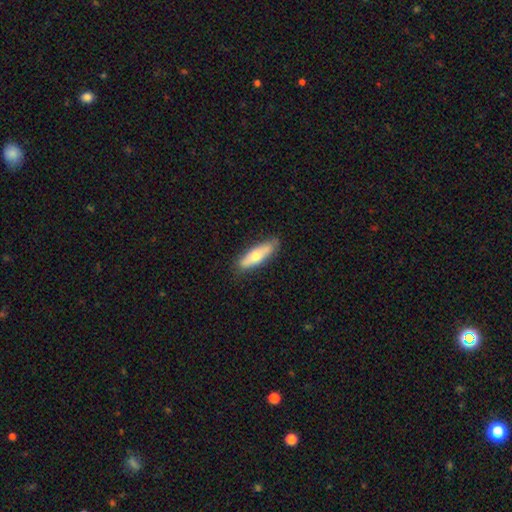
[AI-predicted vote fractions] smooth_or_featured: smooth (p=0.63) [alt: featured or disk p=0.31]
how_rounded: cigar-shaped (p=0.54) [alt: in between p=0.44]
merging: none (p=0.83) [alt: minor disturbance p=0.14]